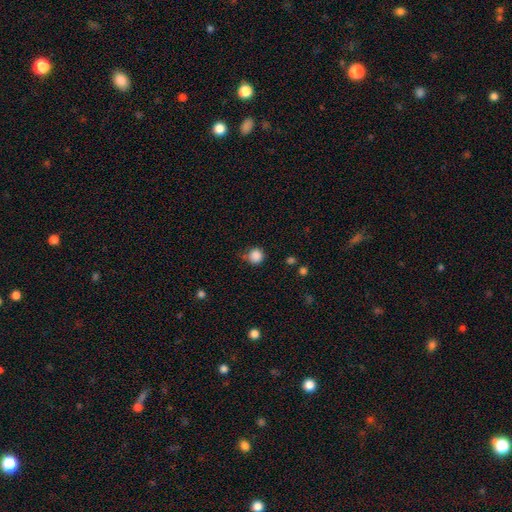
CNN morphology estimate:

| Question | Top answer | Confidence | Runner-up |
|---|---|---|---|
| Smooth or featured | smooth | 87% | star or artifact (10%) |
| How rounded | round | 92% | in between (7%) |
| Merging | none | 70% | minor disturbance (21%) |